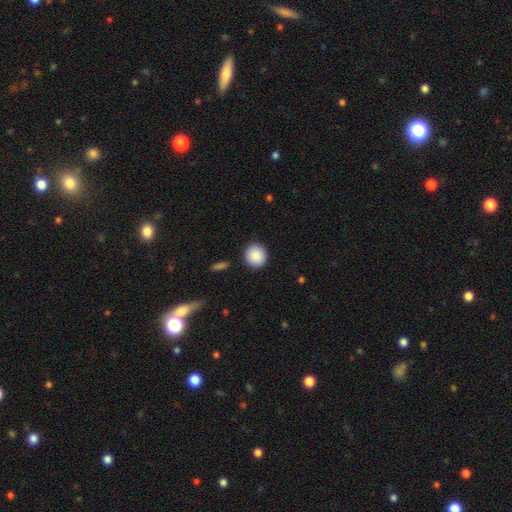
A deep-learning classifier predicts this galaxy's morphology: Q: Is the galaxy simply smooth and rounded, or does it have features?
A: smooth — 89%.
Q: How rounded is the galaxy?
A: round — 91%.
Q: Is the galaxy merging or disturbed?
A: none — 91%.